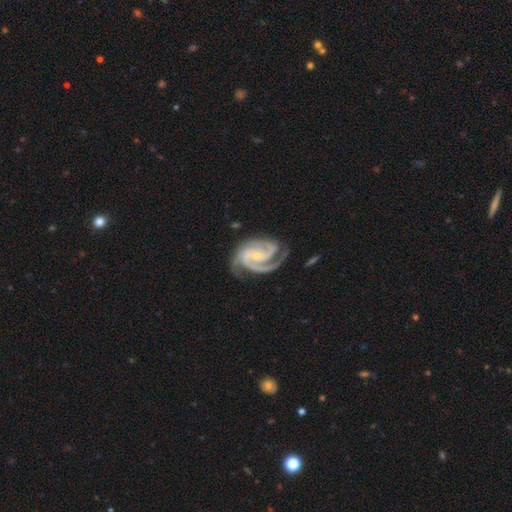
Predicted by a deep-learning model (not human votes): The model was most divided on "spiral winding": tight: 54%, medium: 41%, loose: 5%. More confident: spiral arms — yes (99%); edge-on disk — no (98%); smooth or featured — featured or disk (94%); bulge size — small (74%); merging — none (69%); bar — no (58%); spiral arm count — 3 (56%).